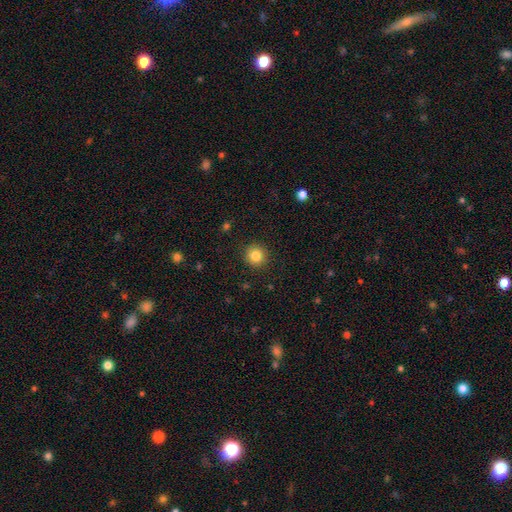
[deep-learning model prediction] Smooth or featured? Predicted: smooth (p=0.83). How rounded? Predicted: round (p=0.94). Merging? Predicted: none (p=0.91).